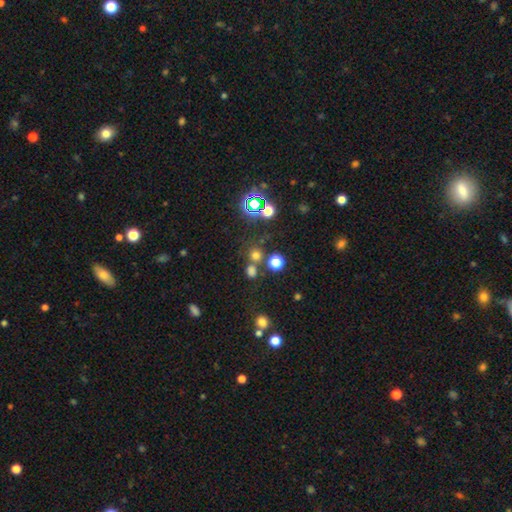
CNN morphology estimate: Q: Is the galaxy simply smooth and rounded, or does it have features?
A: smooth — 62%.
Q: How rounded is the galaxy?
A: round — 90%.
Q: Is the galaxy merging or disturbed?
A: none — 66%.